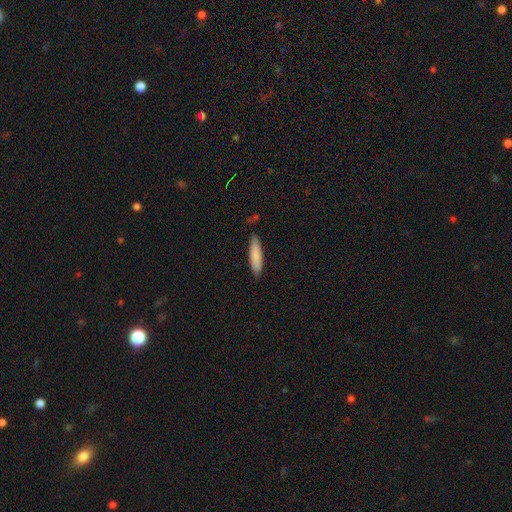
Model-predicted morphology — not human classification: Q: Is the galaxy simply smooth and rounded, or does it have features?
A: smooth — 85%.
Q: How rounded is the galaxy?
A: cigar-shaped — 76%.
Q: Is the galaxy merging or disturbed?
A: none — 85%.